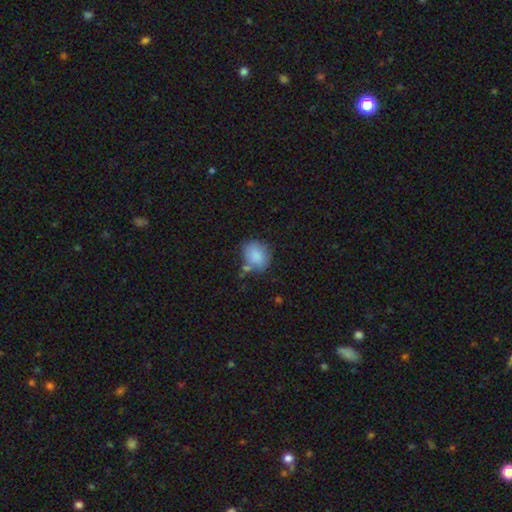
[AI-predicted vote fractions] smooth 85%, featured or disk 8%, star or artifact 8%. Down the decision tree: how rounded — round (52%); merging — none (60%).